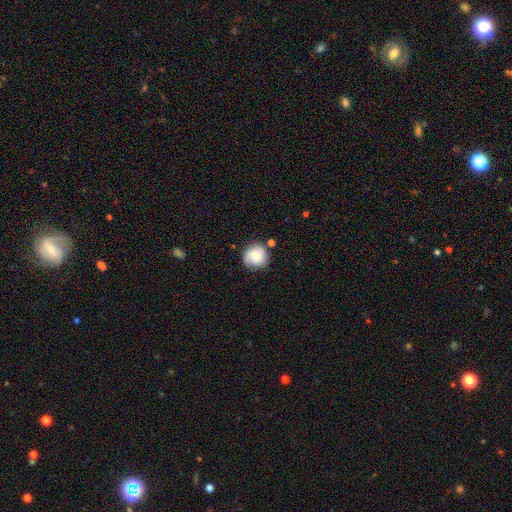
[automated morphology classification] The model was most divided on "smooth or featured": smooth: 59%, featured or disk: 33%, star or artifact: 8%. More confident: how rounded — round (90%); merging — none (73%).